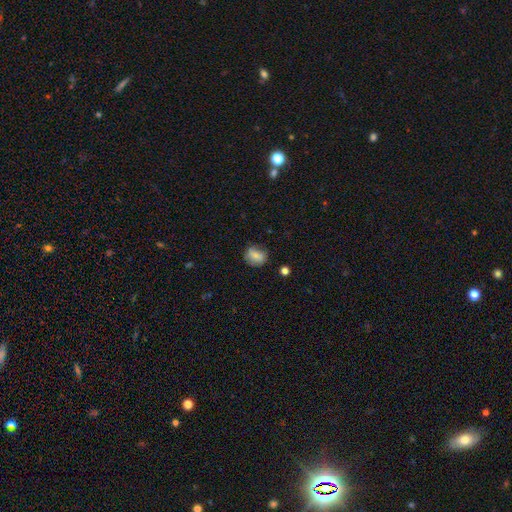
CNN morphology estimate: Smooth or featured?
  - smooth: 80% *
  - featured or disk: 11%
  - star or artifact: 9%
How rounded?
  - round: 50% *
  - in between: 48%
  - cigar-shaped: 2%
Merging?
  - none: 74% *
  - minor disturbance: 19%
  - major disturbance: 5%
  - merger: 2%